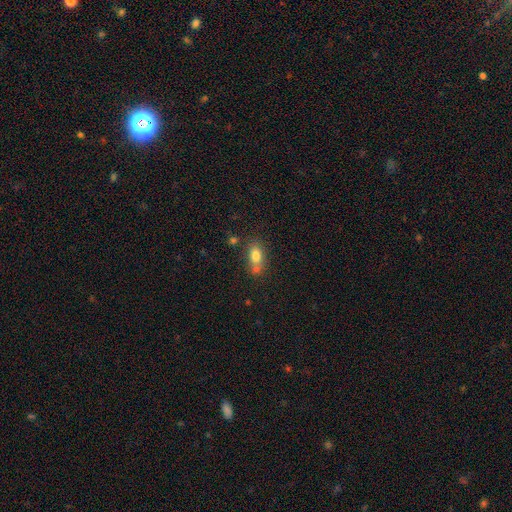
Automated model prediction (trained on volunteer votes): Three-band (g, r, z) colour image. It shows a smooth galaxy with no disk features (78%) that is in between round and cigar-shaped (80%). Merging: none (54%).